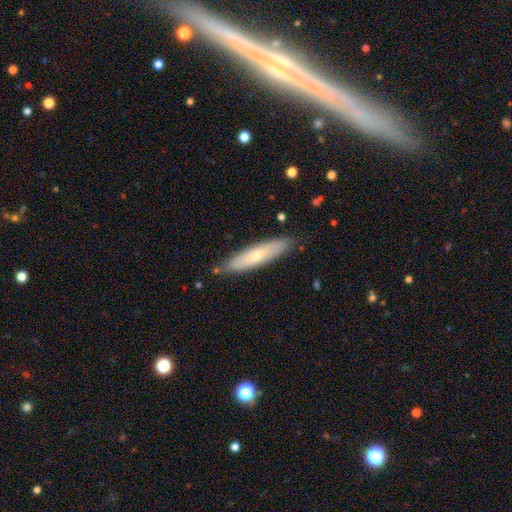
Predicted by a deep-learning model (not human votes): Overall: smooth (63%; featured or disk 31%). How rounded: cigar-shaped (76%). Merging: none (81%).